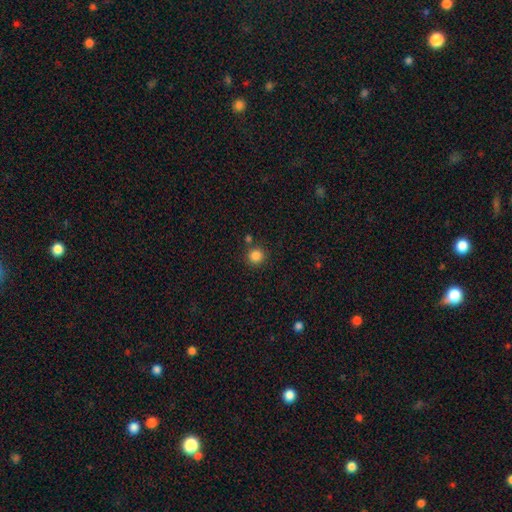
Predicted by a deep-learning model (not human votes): A smooth galaxy with no disk features (85%) that is round (93%).

Vote fractions:
- Smooth or featured? smooth: 85% / star or artifact: 11% / featured or disk: 4%
- How rounded? round: 93% / in between: 6% / cigar-shaped: 1%
- Merging? none: 82% / merger: 8% / minor disturbance: 7% / major disturbance: 3%